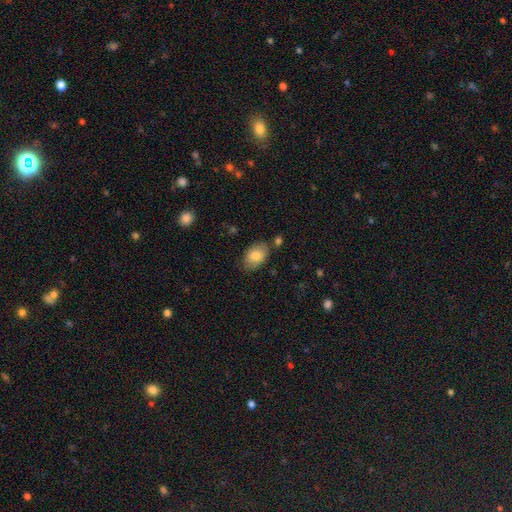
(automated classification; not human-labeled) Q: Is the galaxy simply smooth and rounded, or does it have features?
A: smooth — 81%.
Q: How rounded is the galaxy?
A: in between — 89%.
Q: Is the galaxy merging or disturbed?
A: none — 78%.